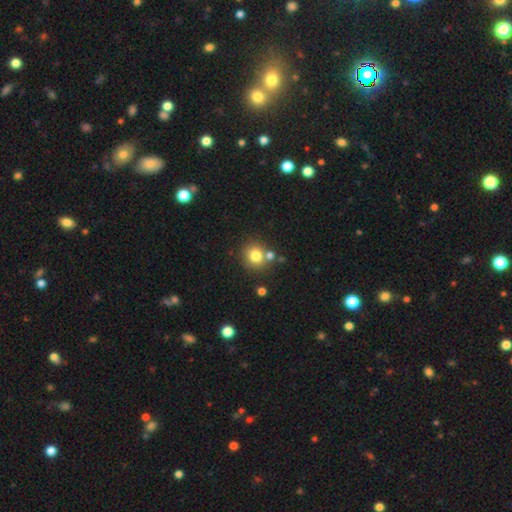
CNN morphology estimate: The model was most divided on "merging": none: 69%, merger: 18%, minor disturbance: 9%, major disturbance: 3%. More confident: how rounded — round (87%); smooth or featured — smooth (78%).